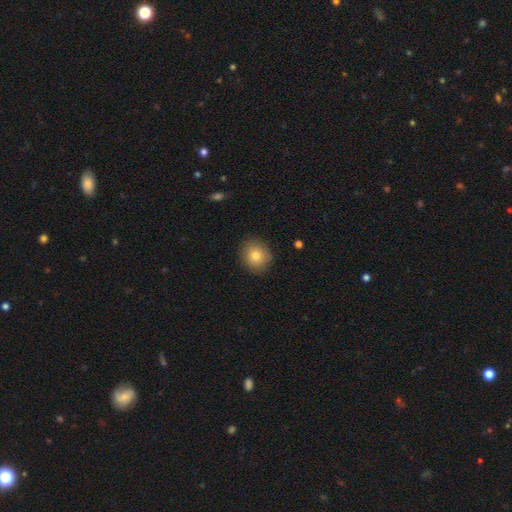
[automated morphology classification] Smooth or featured? smooth (80%)
How rounded? round (82%)
Merging? none (87%)